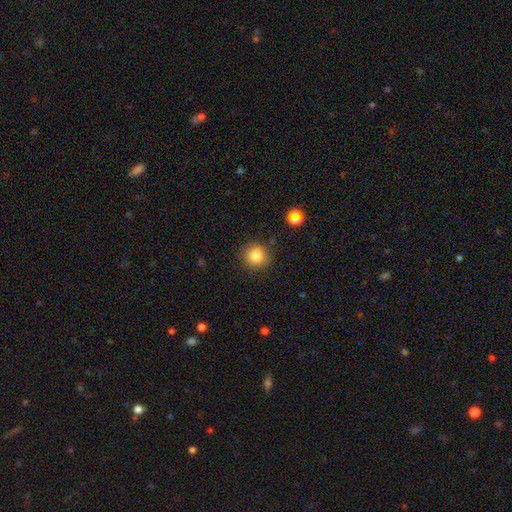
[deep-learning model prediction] smooth 83%, star or artifact 12%, featured or disk 6%. Down the decision tree: how rounded — round (92%); merging — none (86%).